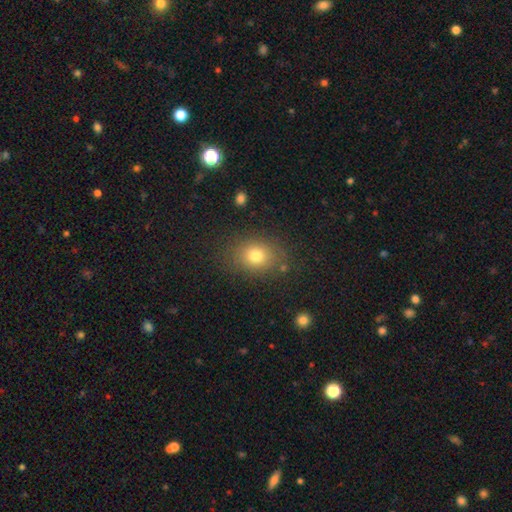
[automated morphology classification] type=smooth (76%); roundness=in between (51%); merging=none (81%).